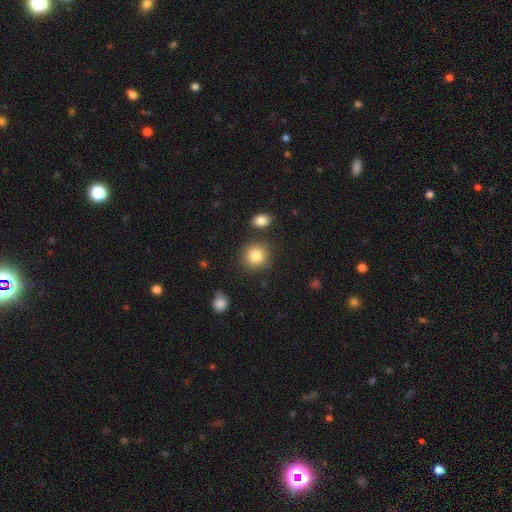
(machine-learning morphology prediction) Smooth or featured?
  - smooth: 85% *
  - star or artifact: 9%
  - featured or disk: 6%
How rounded?
  - round: 89% *
  - in between: 10%
  - cigar-shaped: 1%
Merging?
  - none: 84% *
  - minor disturbance: 8%
  - merger: 5%
  - major disturbance: 3%